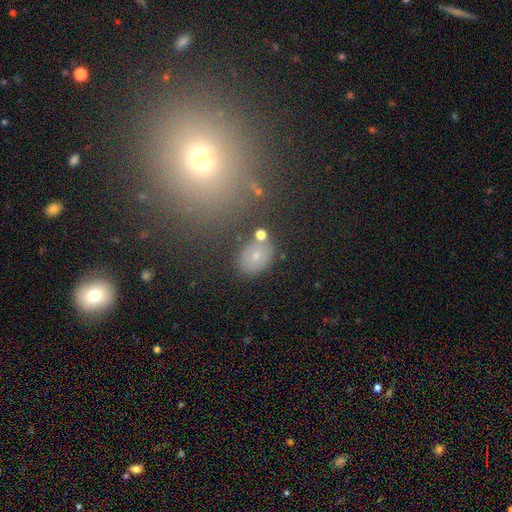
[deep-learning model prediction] A smooth galaxy with no disk features (65%) that is in between round and cigar-shaped (68%). Merging: none (73%).